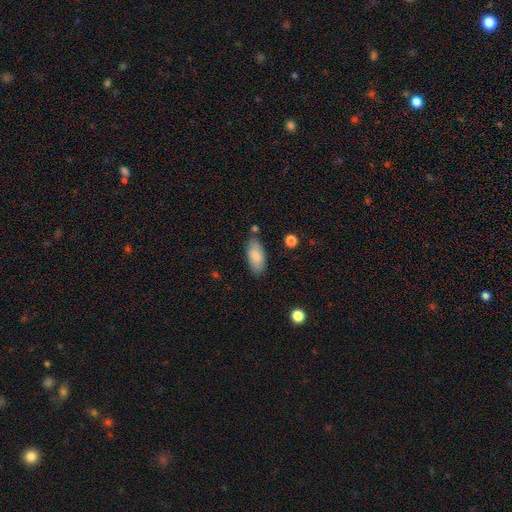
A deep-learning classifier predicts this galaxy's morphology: The model was most divided on "merging": none: 77%, minor disturbance: 16%, merger: 4%, major disturbance: 3%. More confident: how rounded — in between (86%); smooth or featured — smooth (85%).